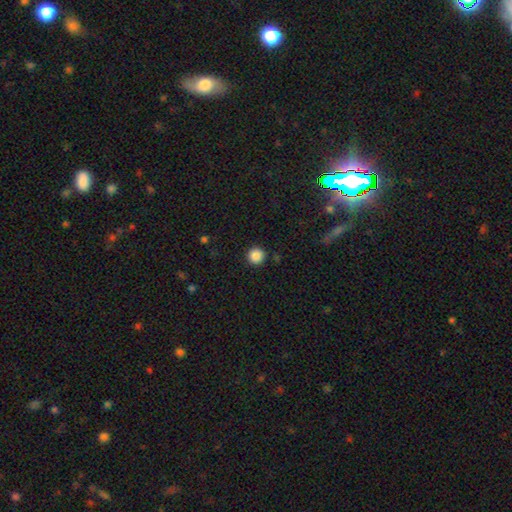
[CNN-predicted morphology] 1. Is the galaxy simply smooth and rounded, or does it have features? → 87% smooth, 10% star or artifact, 3% featured or disk.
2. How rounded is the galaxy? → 96% round, 3% in between, 1% cigar-shaped.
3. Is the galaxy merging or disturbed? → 92% none, 5% minor disturbance, 2% major disturbance, 1% merger.